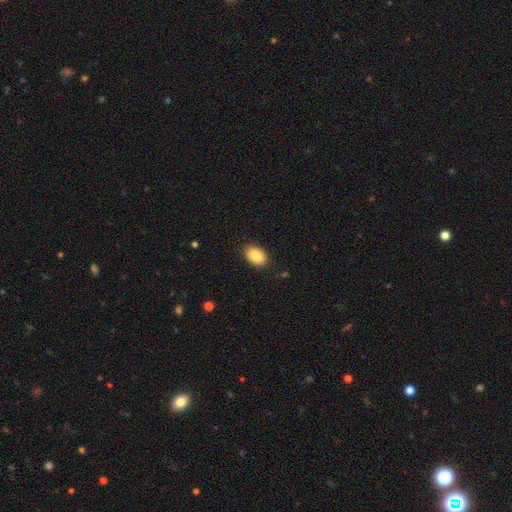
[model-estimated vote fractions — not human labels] This appears to be a smooth galaxy with no disk features (87%) that is in between round and cigar-shaped (84%). Merging: none (88%).